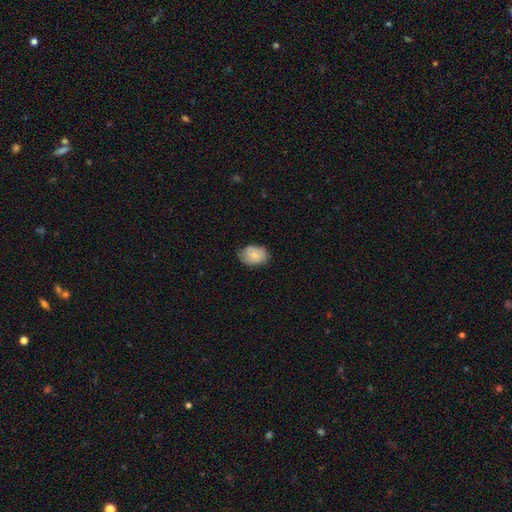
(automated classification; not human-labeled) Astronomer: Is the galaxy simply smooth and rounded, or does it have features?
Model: smooth — 80%.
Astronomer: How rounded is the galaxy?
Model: in between — 72%.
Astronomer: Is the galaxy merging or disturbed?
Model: none — 73%.